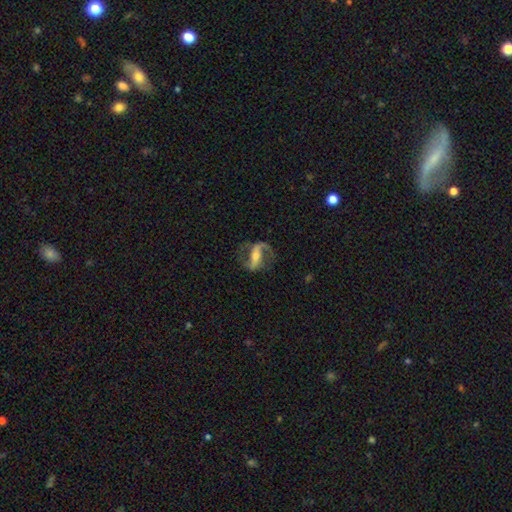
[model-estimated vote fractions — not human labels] Smooth or featured: featured or disk — 84% (smooth — 11%)
Edge-on disk: no — 92% (yes — 8%)
Bar: strong — 65% (weak — 23%)
Spiral arms: yes — 90% (no — 10%)
Spiral winding: medium — 44% (loose — 42%)
Spiral arm count: 2 — 88% (1 — 6%)
Bulge size: moderate — 46% (small — 41%)
Merging: none — 71% (minor disturbance — 14%)